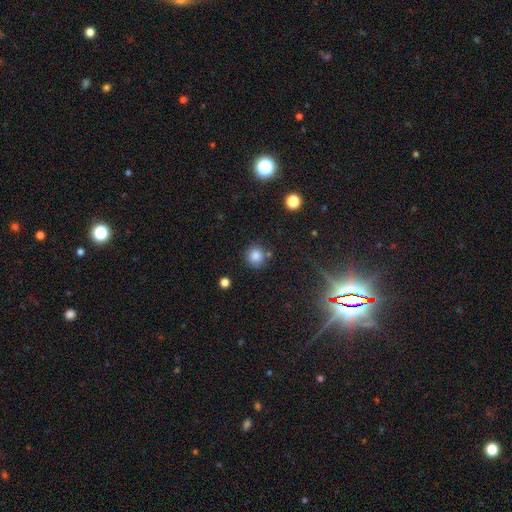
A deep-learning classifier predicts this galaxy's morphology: A smooth galaxy with no disk features (83%) that is round (91%).

Vote fractions:
- Smooth or featured? smooth: 83% / star or artifact: 12% / featured or disk: 6%
- How rounded? round: 91% / in between: 8% / cigar-shaped: 1%
- Merging? none: 78% / minor disturbance: 11% / merger: 7% / major disturbance: 4%